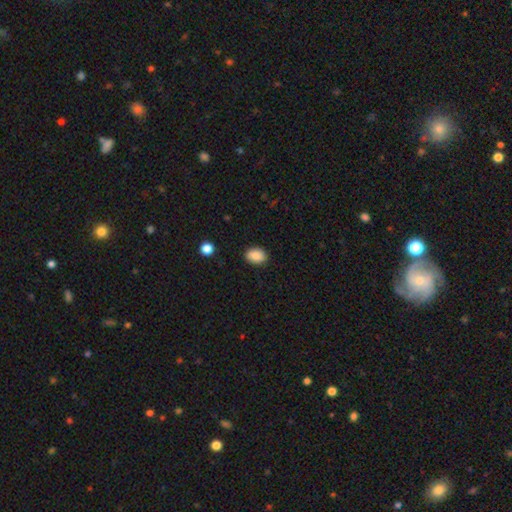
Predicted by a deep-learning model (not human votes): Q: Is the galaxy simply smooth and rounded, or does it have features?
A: smooth — 88%.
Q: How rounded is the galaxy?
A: in between — 74%.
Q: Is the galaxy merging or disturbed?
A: none — 88%.